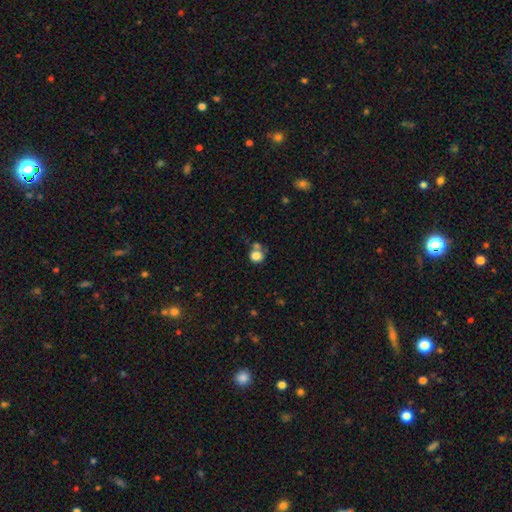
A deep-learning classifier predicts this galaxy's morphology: Smooth or featured? smooth (81%)
How rounded? round (79%)
Merging? none (48%)